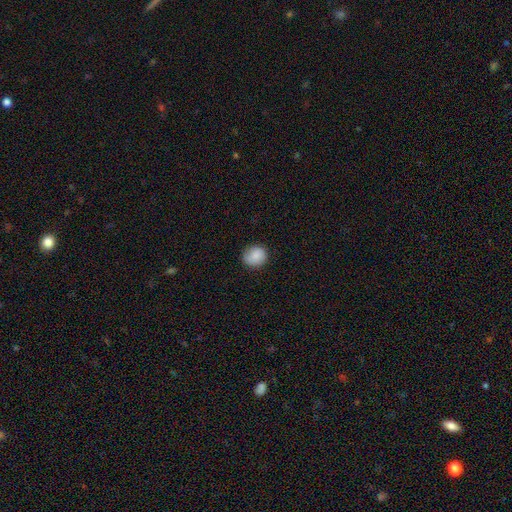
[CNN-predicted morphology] A smooth galaxy with no disk features (85%) that is round (80%). Merging: none (80%).